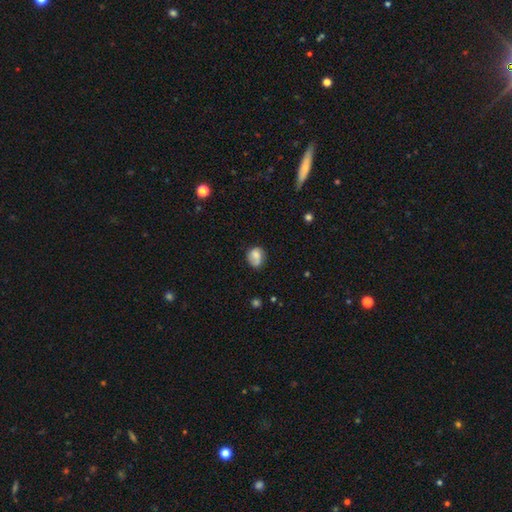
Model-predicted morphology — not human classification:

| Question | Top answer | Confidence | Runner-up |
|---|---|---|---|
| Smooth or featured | smooth | 69% | featured or disk (22%) |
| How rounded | round | 61% | in between (38%) |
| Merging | none | 59% | minor disturbance (26%) |